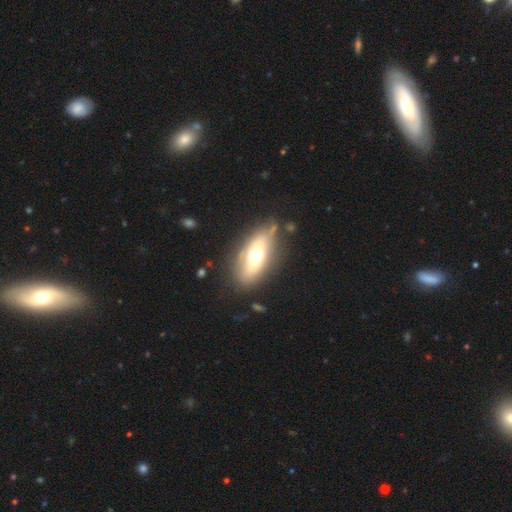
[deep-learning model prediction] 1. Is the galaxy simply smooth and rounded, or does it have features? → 52% smooth, 40% featured or disk, 8% star or artifact.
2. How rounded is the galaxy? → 78% in between, 17% cigar-shaped, 5% round.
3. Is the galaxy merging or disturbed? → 74% none, 16% minor disturbance, 6% major disturbance, 4% merger.